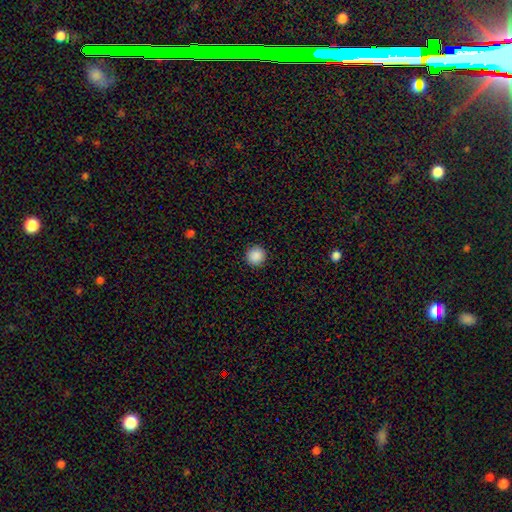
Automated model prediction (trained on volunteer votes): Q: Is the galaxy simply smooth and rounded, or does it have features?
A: smooth — 89%.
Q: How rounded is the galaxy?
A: round — 95%.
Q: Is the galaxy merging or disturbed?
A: none — 92%.